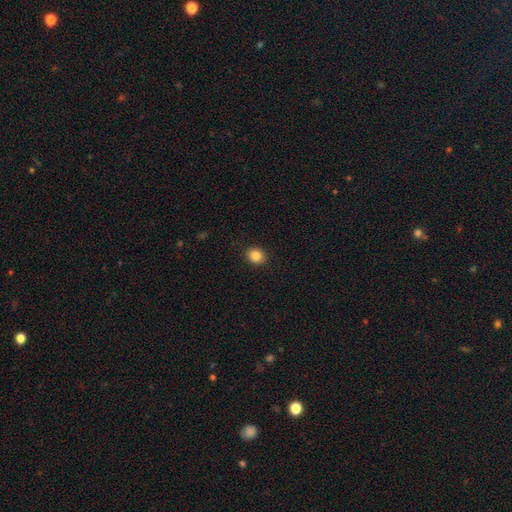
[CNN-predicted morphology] A smooth galaxy with no disk features (86%) that is round (71%).

Vote fractions:
- Smooth or featured? smooth: 86% / star or artifact: 10% / featured or disk: 5%
- How rounded? round: 71% / in between: 28% / cigar-shaped: 1%
- Merging? none: 91% / minor disturbance: 6% / major disturbance: 2% / merger: 1%